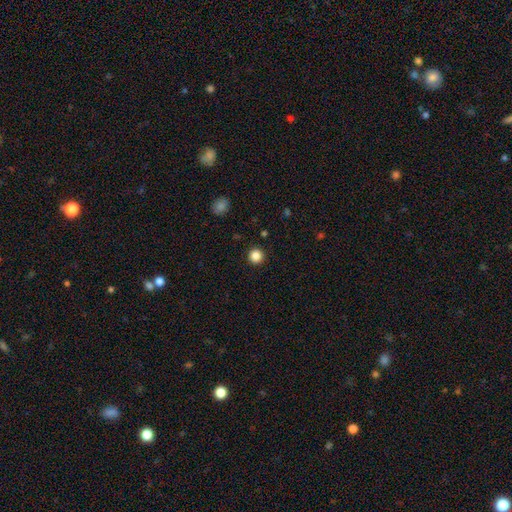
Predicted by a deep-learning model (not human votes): Smooth or featured? Predicted: smooth (p=0.85). How rounded? Predicted: round (p=0.95). Merging? Predicted: none (p=0.93).